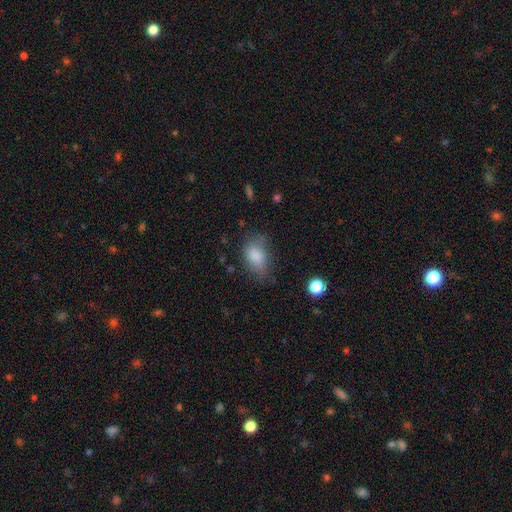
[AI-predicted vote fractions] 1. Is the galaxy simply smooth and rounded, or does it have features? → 83% smooth, 9% star or artifact, 9% featured or disk.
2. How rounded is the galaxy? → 85% in between, 13% round, 2% cigar-shaped.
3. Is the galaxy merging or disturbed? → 57% none, 28% minor disturbance, 12% major disturbance, 3% merger.